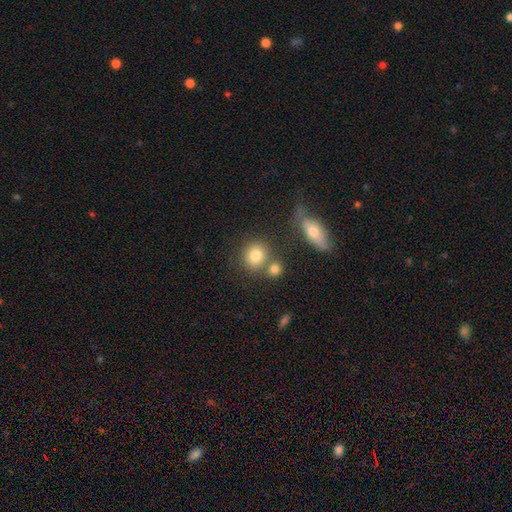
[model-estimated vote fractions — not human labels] Smooth or featured? Predicted: smooth (p=0.80). How rounded? Predicted: round (p=0.79). Merging? Predicted: none (p=0.63).